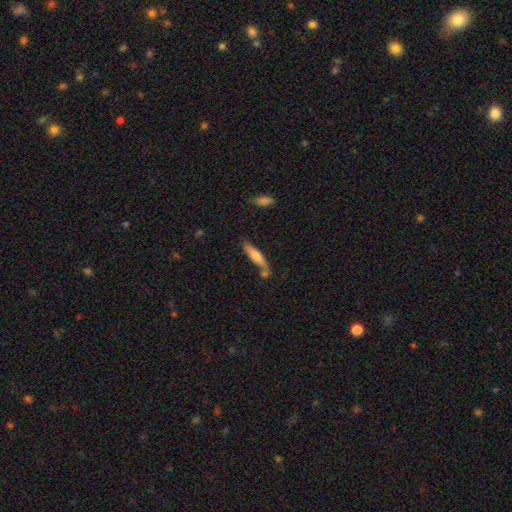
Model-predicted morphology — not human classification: Smooth or featured? Predicted: smooth (p=0.65). How rounded? Predicted: cigar-shaped (p=0.79). Merging? Predicted: none (p=0.63).